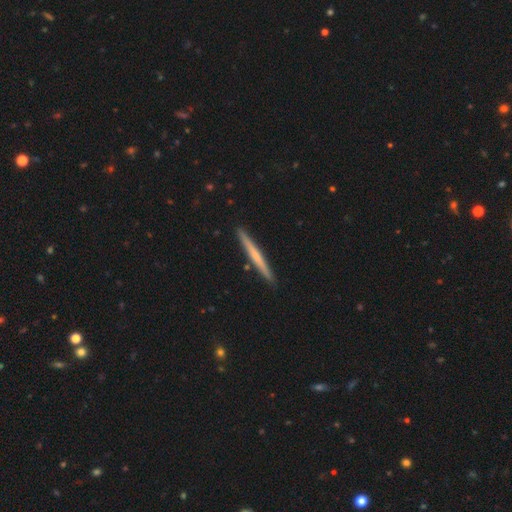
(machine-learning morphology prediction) type=smooth (49%); merging=none (91%).